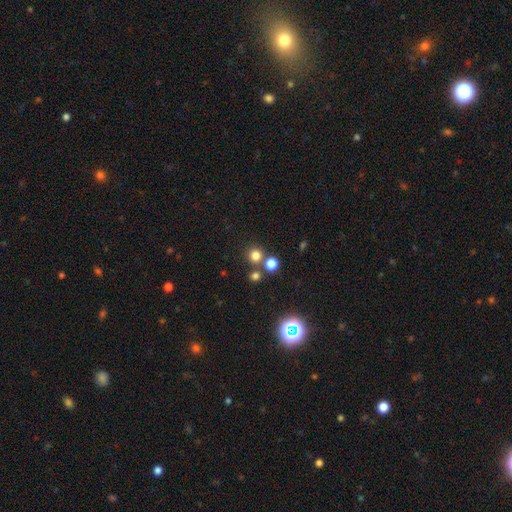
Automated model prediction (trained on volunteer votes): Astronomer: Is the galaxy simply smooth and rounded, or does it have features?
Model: smooth — 74%.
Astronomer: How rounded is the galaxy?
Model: round — 91%.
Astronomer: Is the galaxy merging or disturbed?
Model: none — 72%.